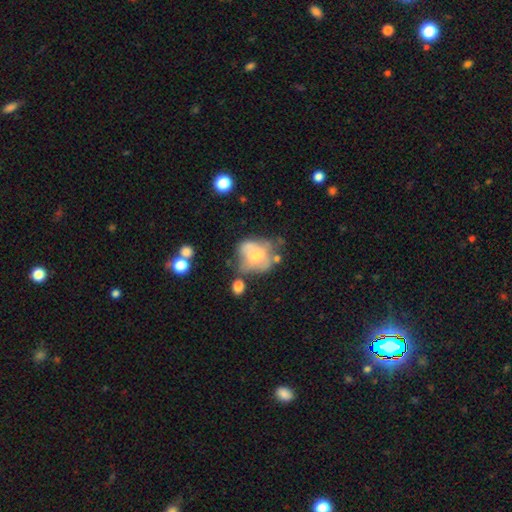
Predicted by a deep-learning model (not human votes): smooth 46%, featured or disk 45%, star or artifact 9%. Down the decision tree: merging — none (29%).